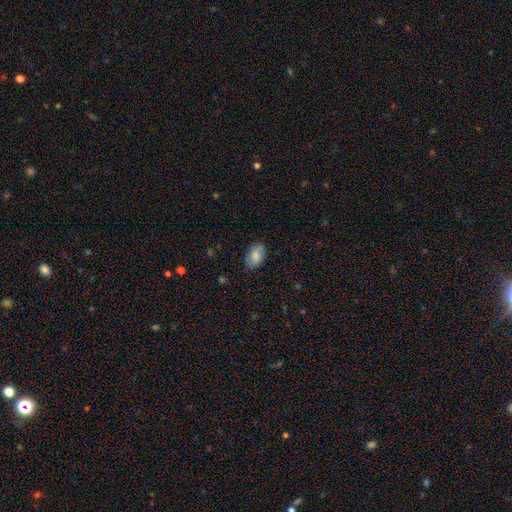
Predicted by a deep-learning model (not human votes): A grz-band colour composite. It shows a smooth galaxy with no disk features (82%) that is in between round and cigar-shaped (91%). Merging: none (82%).